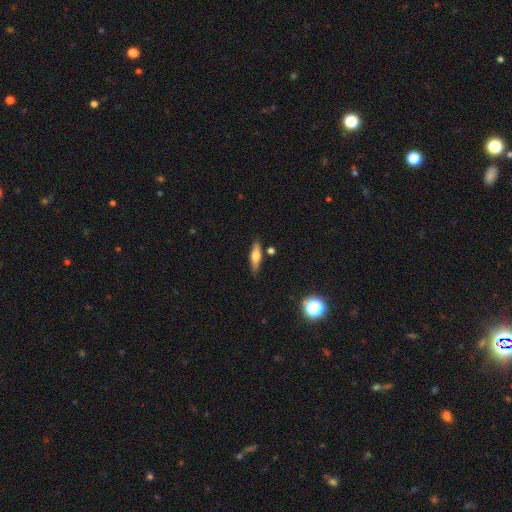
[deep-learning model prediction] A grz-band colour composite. It shows a smooth galaxy with no disk features (52%) that is cigar-shaped (57%). Merging: none (82%).